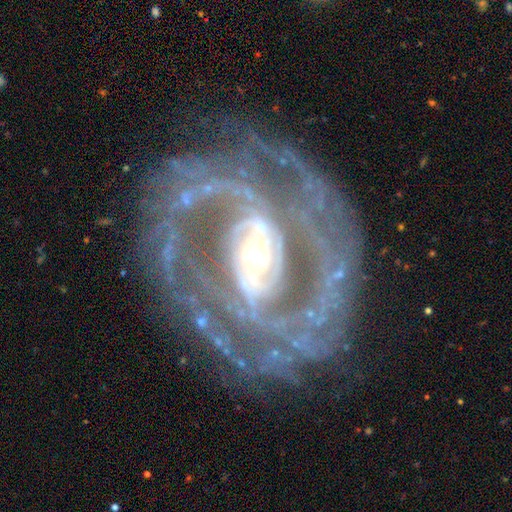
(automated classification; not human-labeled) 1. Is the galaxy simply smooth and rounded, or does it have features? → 91% featured or disk, 5% star or artifact, 4% smooth.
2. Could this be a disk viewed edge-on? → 97% no, 3% yes.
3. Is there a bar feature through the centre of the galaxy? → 41% strong, 34% weak, 25% no.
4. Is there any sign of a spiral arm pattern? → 96% yes, 4% no.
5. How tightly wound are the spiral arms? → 51% tight, 39% medium, 9% loose.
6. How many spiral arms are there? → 58% 2, 13% 3, 13% can't tell, 6% 4, 5% more than 4, 5% 1.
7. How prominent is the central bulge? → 47% moderate, 41% small, 9% large, 1% dominant, 1% none.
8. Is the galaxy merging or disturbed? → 75% none, 15% minor disturbance, 9% major disturbance, 2% merger.